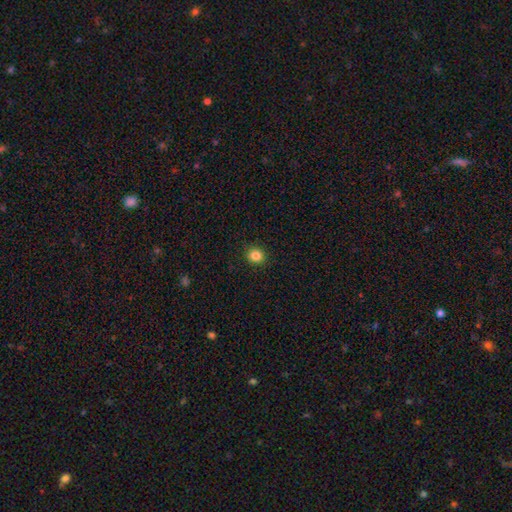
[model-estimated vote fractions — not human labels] smooth 84%, star or artifact 11%, featured or disk 4%. Down the decision tree: how rounded — round (85%); merging — none (92%).